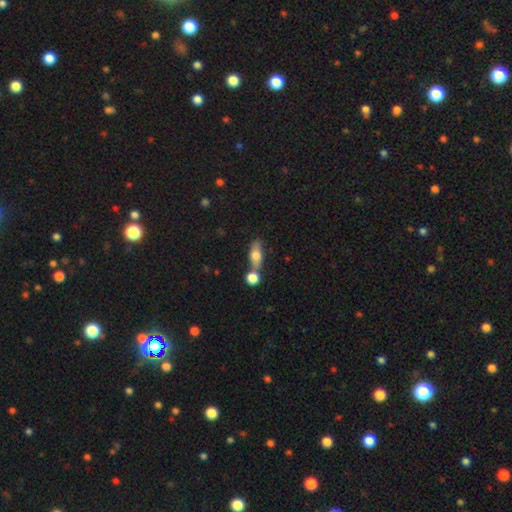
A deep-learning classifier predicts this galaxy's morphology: Smooth or featured: smooth — 68% (featured or disk — 24%)
How rounded: in between — 67% (cigar-shaped — 23%)
Merging: none — 51% (merger — 32%)